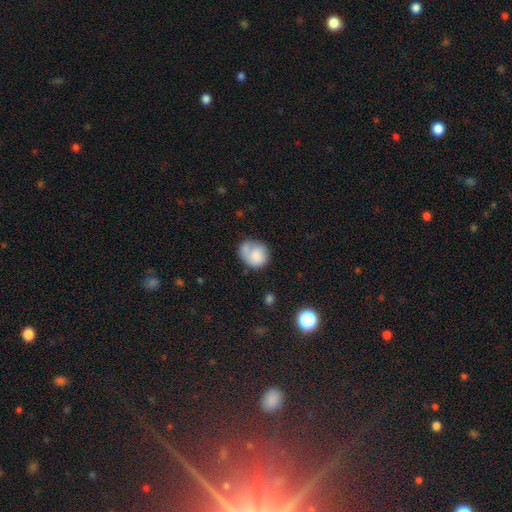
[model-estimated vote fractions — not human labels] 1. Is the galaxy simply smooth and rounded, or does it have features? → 74% smooth, 19% featured or disk, 7% star or artifact.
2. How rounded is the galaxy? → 66% round, 33% in between, 1% cigar-shaped.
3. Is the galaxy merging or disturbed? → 47% none, 24% minor disturbance, 15% major disturbance, 14% merger.